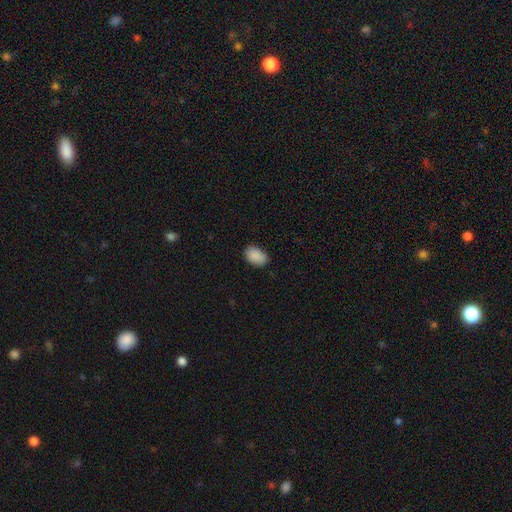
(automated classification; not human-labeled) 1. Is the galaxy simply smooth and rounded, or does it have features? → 89% smooth, 7% star or artifact, 3% featured or disk.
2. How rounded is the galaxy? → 83% in between, 16% round, 1% cigar-shaped.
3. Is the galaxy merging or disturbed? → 81% none, 15% minor disturbance, 3% major disturbance, 1% merger.